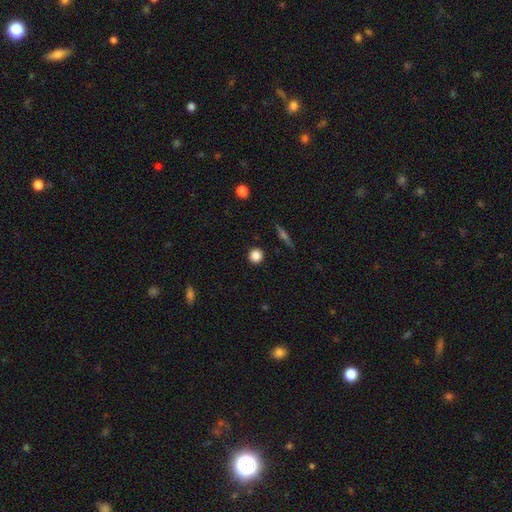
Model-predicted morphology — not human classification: A smooth galaxy with no disk features (85%) that is round (94%).

Vote fractions:
- Smooth or featured? smooth: 85% / star or artifact: 10% / featured or disk: 5%
- How rounded? round: 94% / in between: 5% / cigar-shaped: 1%
- Merging? none: 91% / minor disturbance: 5% / major disturbance: 2% / merger: 1%